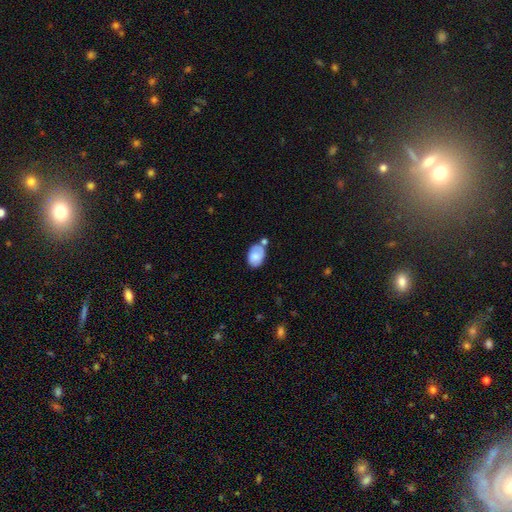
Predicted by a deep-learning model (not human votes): This is likely a smooth galaxy (74%). How rounded: clearly in between (86%). Merging: possibly none (53%).